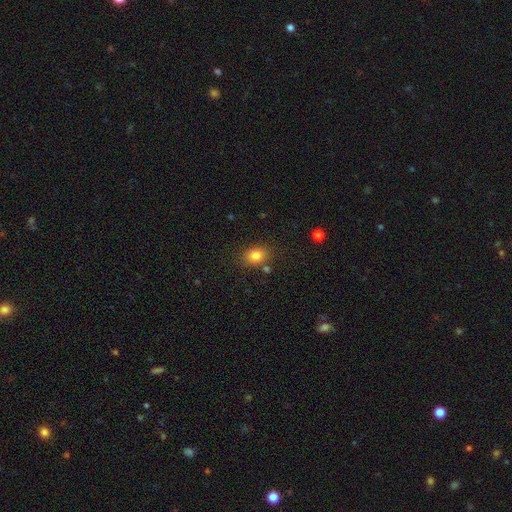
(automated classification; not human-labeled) Smooth or featured: smooth — 82% (star or artifact — 11%)
How rounded: in between — 57% (round — 42%)
Merging: none — 77% (minor disturbance — 12%)